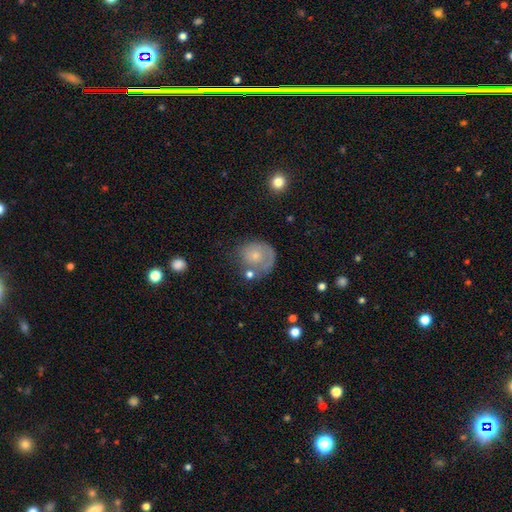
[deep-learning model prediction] Smooth or featured? Predicted: smooth (p=0.52). How rounded? Predicted: round (p=0.78). Merging? Predicted: none (p=0.49).